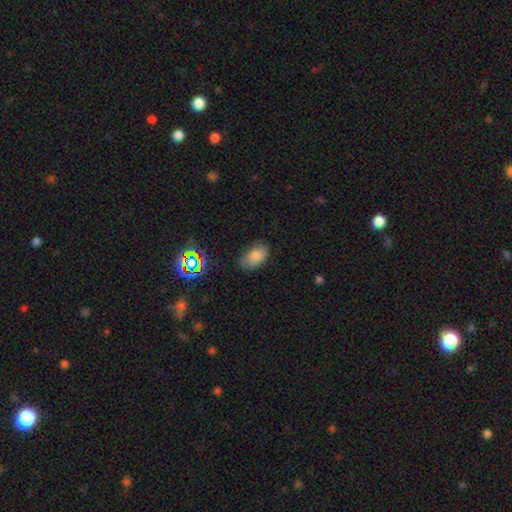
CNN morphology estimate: Smooth or featured? Predicted: smooth (p=0.78). How rounded? Predicted: in between (p=0.90). Merging? Predicted: none (p=0.70).